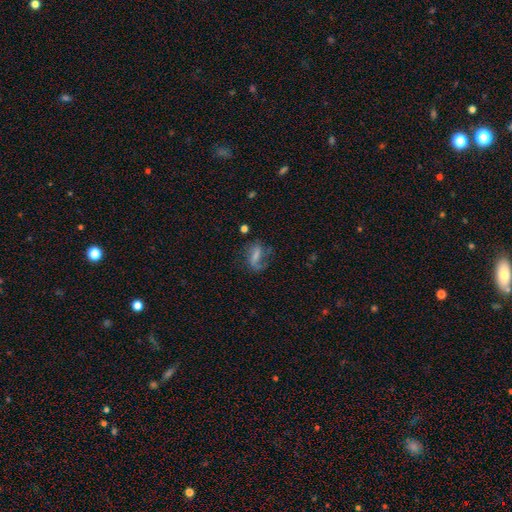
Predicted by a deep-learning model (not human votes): Smooth or featured? featured or disk (52%)
Edge-on disk? no (93%)
Merging? none (48%)